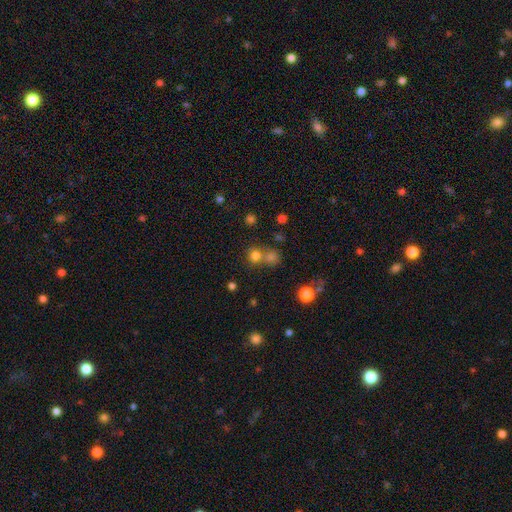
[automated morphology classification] A smooth galaxy with no disk features (74%) that is round (86%).

Vote fractions:
- Smooth or featured? smooth: 74% / star or artifact: 18% / featured or disk: 8%
- How rounded? round: 86% / in between: 12% / cigar-shaped: 1%
- Merging? none: 53% / merger: 37% / minor disturbance: 7% / major disturbance: 3%